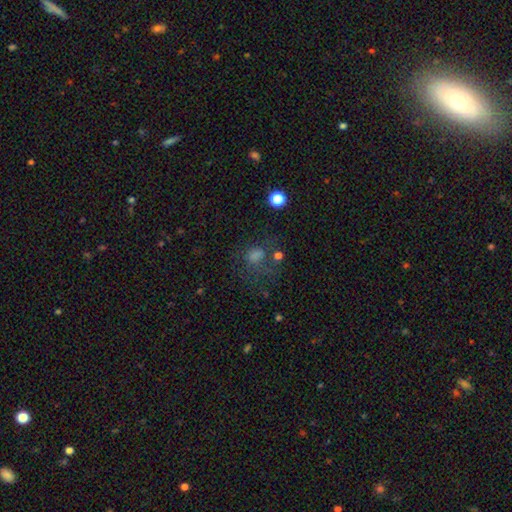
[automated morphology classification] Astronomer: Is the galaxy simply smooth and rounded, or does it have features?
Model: smooth — 49% (runner-up: star or artifact, 29%).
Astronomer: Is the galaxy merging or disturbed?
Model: none — 49% (runner-up: major disturbance, 24%).